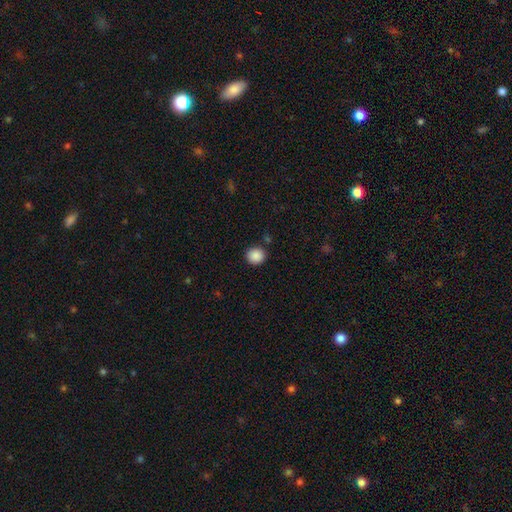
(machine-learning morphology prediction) The model was most divided on "how rounded": round: 88%, in between: 11%, cigar-shaped: 1%. More confident: smooth or featured — smooth (88%); merging — none (87%).